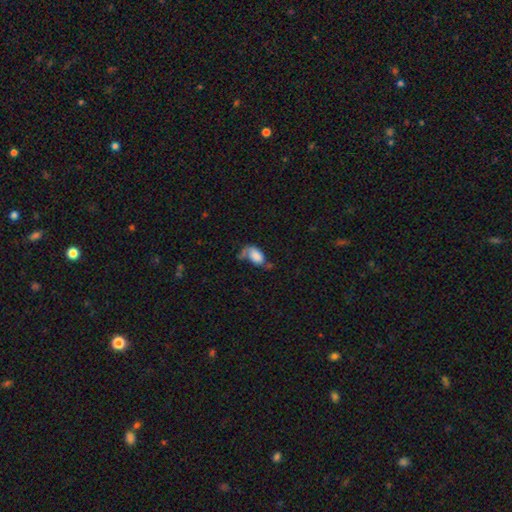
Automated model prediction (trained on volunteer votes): Smooth or featured? smooth (74%)
How rounded? in between (91%)
Merging? none (31%)